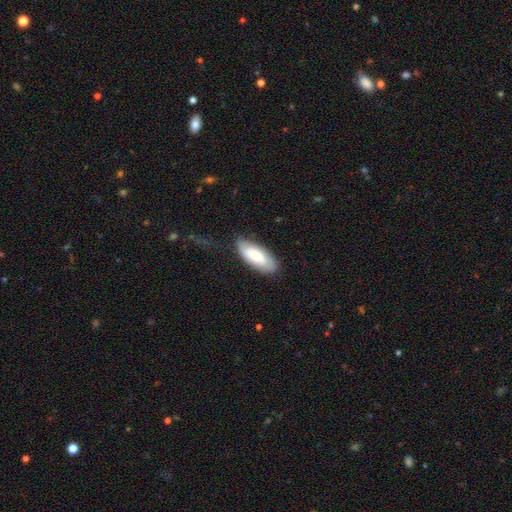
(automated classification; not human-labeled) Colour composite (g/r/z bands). It shows a smooth galaxy with no disk features (66%) that is in between round and cigar-shaped (85%). Merging: none (79%).